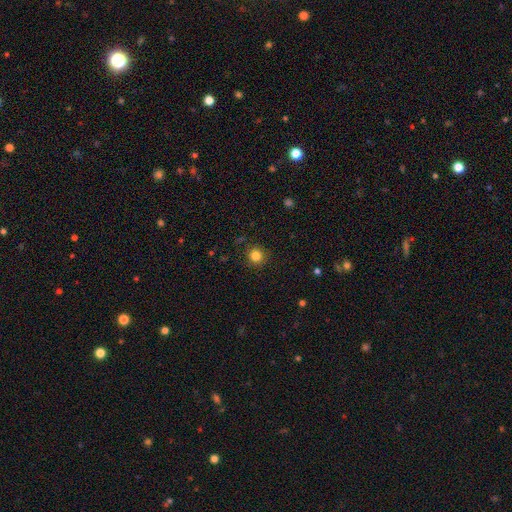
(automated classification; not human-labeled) Morphology: type=smooth (83%); roundness=round (91%); merging=none (89%).